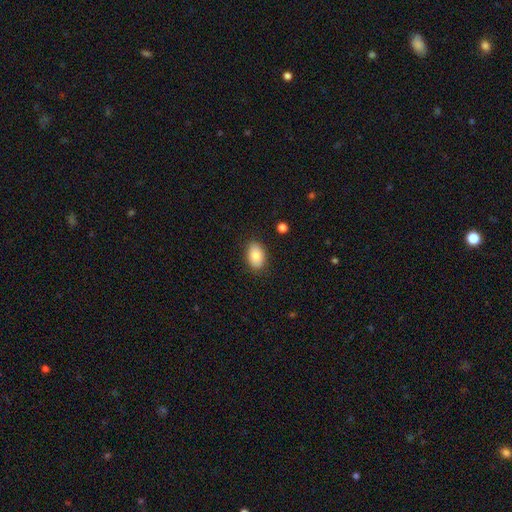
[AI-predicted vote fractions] smooth-or-featured: smooth: 84% | featured or disk: 9% | star or artifact: 7%
  how-rounded: in between: 90% | round: 9% | cigar-shaped: 1%
  merging: none: 87% | minor disturbance: 10% | major disturbance: 2% | merger: 1%